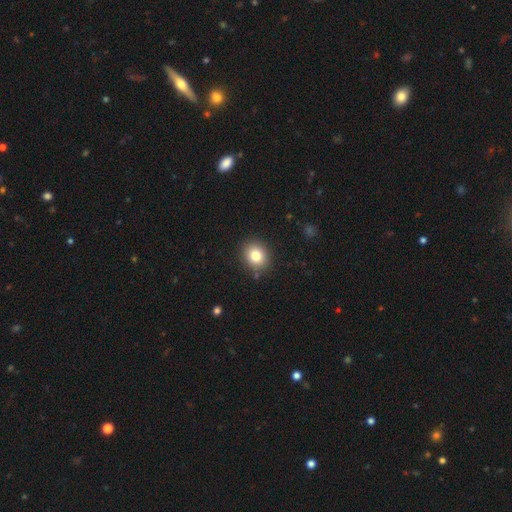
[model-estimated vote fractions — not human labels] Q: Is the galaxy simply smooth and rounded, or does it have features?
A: smooth — 81%.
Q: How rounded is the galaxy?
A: round — 72%.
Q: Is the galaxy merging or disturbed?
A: none — 87%.